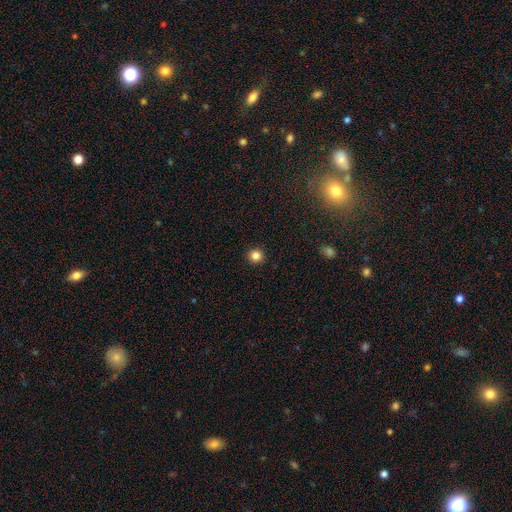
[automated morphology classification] smooth 84%, star or artifact 12%, featured or disk 4%. Down the decision tree: how rounded — round (94%); merging — none (93%).